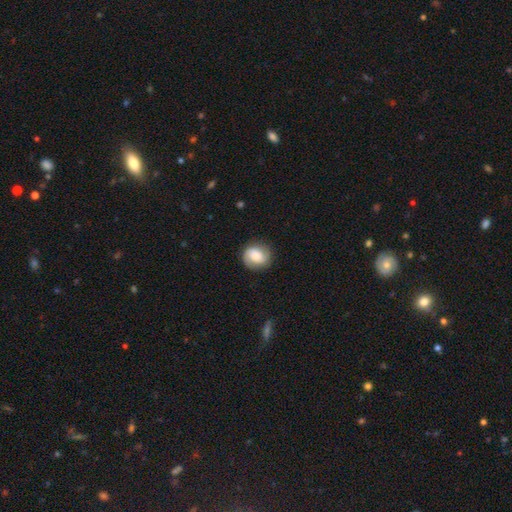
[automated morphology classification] This is possibly a smooth galaxy (49%). Merging: clearly none (82%).